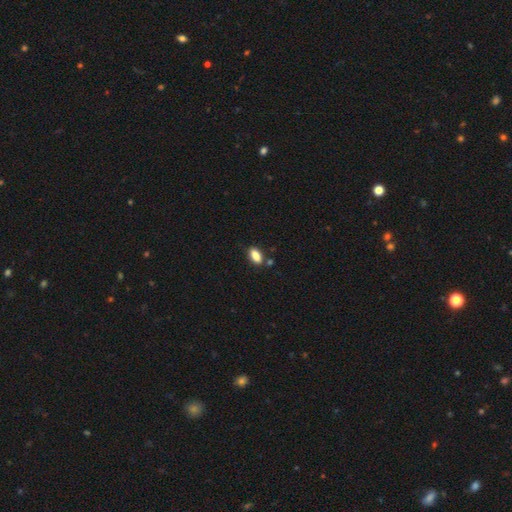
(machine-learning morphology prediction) Smooth or featured?
  - smooth: 85% *
  - star or artifact: 8%
  - featured or disk: 7%
How rounded?
  - in between: 89% *
  - cigar-shaped: 7%
  - round: 5%
Merging?
  - none: 78% *
  - minor disturbance: 12%
  - merger: 7%
  - major disturbance: 3%